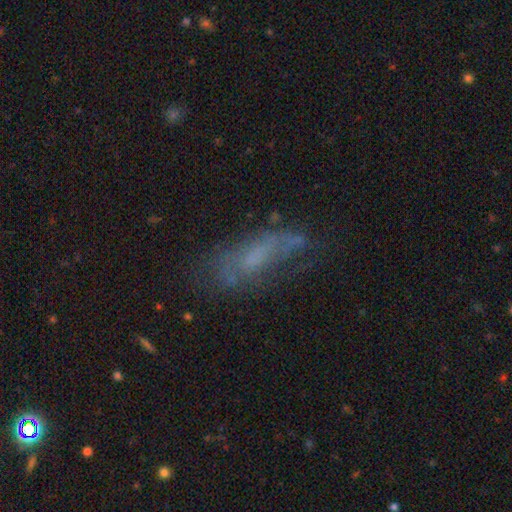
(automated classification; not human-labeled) Smooth or featured? Predicted: featured or disk (p=0.45). Merging? Predicted: none (p=0.49).